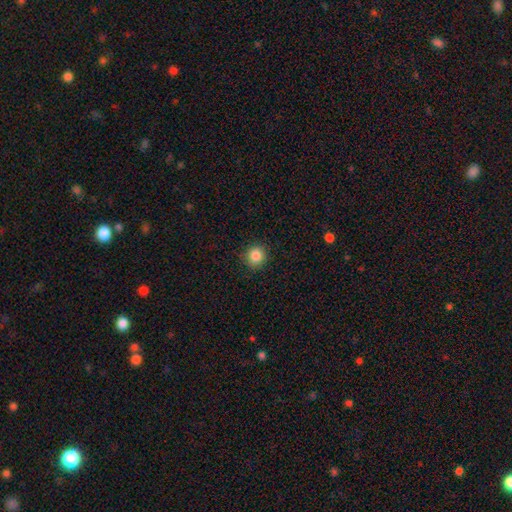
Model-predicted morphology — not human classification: A smooth galaxy with no disk features (86%) that is round (89%). Merging: none (89%).